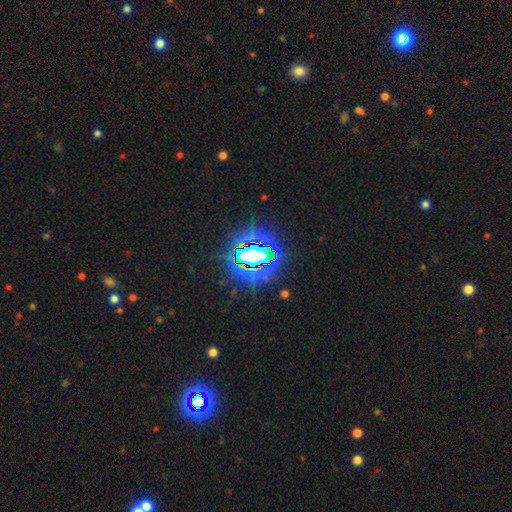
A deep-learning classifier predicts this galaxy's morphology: smooth-or-featured: star or artifact: 80% | smooth: 11% | featured or disk: 9%